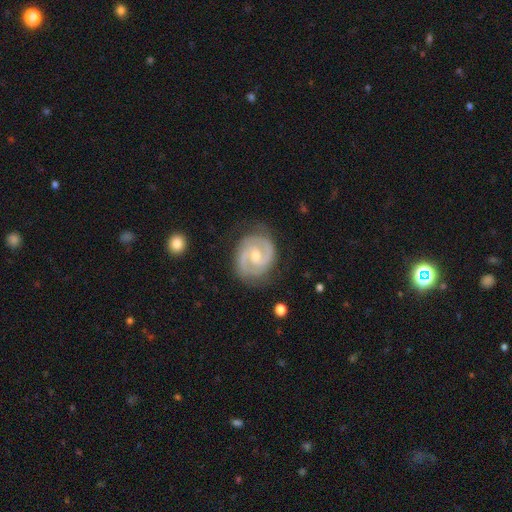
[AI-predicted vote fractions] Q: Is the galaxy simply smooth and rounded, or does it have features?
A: featured or disk — 91%.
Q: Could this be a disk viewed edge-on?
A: no — 98%.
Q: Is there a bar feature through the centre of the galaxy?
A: weak — 45%.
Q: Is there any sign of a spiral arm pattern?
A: yes — 98%.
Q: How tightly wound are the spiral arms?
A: tight — 49%.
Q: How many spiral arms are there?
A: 2 — 92%.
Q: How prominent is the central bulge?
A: moderate — 55%.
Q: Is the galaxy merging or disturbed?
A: none — 81%.